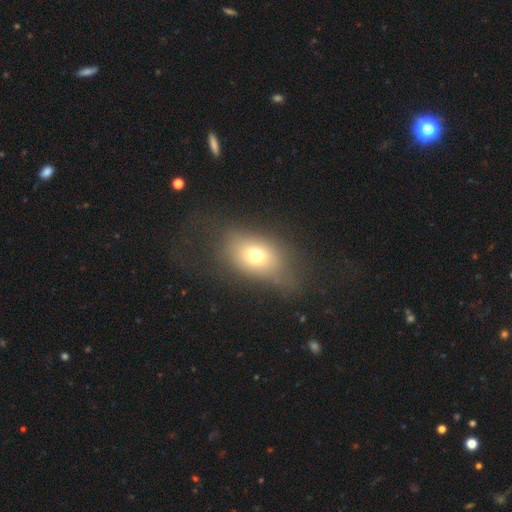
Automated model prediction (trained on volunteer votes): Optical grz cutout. It shows a smooth galaxy with no disk features (69%) that is in between round and cigar-shaped (75%). Merging: none (61%).